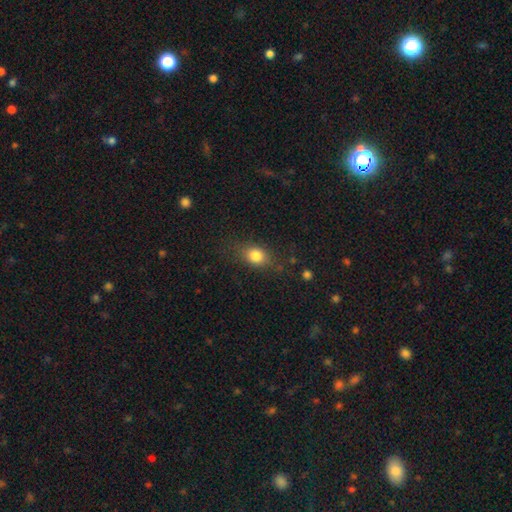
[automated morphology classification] A smooth galaxy with no disk features (82%) that is in between round and cigar-shaped (60%). Merging: none (73%).